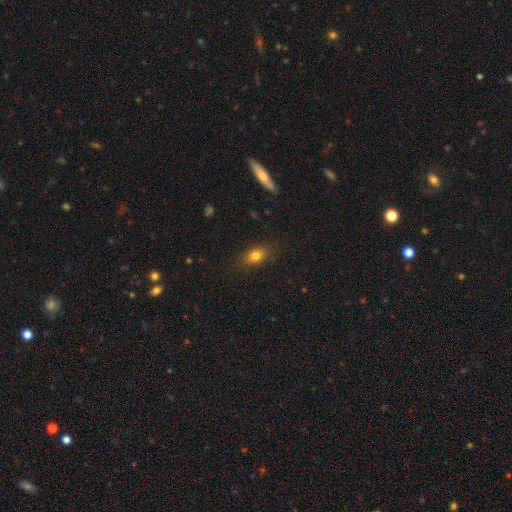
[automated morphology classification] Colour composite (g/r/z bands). It shows a smooth galaxy with no disk features (80%) that is in between round and cigar-shaped (77%). Merging: none (84%).